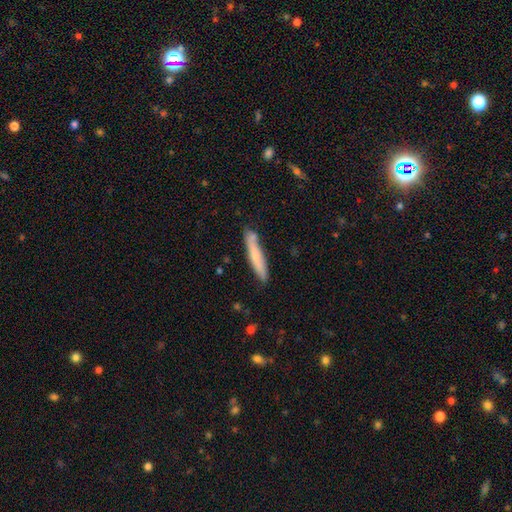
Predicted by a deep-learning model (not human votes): This is likely a smooth galaxy (65%). How rounded: clearly cigar-shaped (93%). Merging: clearly none (80%).